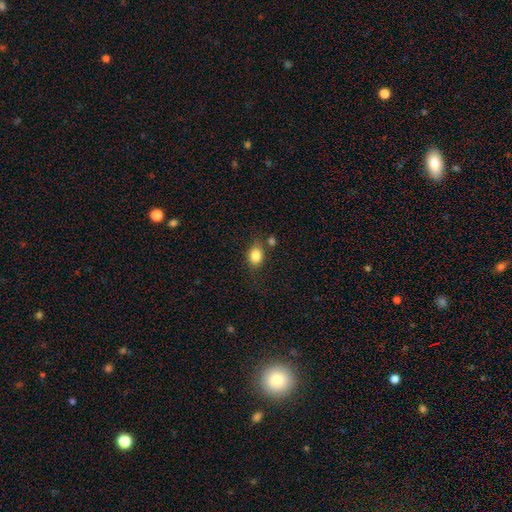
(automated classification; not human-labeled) smooth-or-featured: smooth: 83% | star or artifact: 10% | featured or disk: 7%
  how-rounded: in between: 50% | round: 49% | cigar-shaped: 1%
  merging: none: 70% | minor disturbance: 16% | merger: 10% | major disturbance: 5%